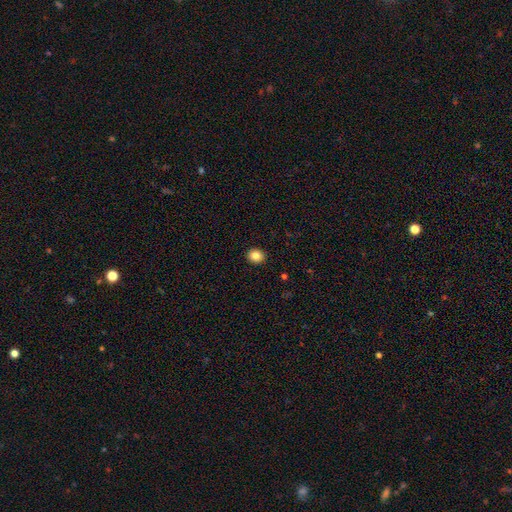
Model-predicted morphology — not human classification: This is clearly a smooth galaxy (84%). How rounded: likely round (72%). Merging: clearly none (92%).